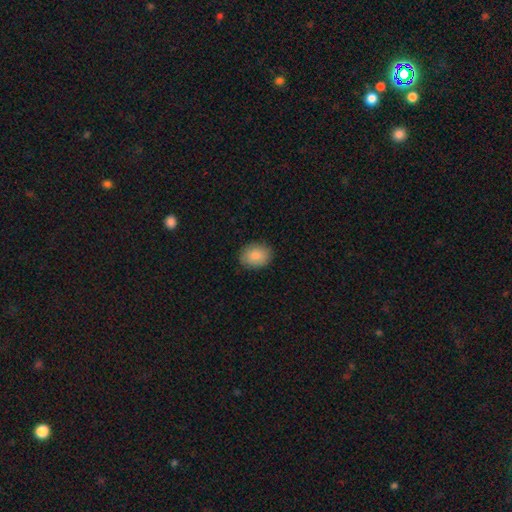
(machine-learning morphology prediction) smooth-or-featured: smooth: 88% | star or artifact: 7% | featured or disk: 5%
  how-rounded: in between: 60% | round: 39% | cigar-shaped: 1%
  merging: none: 87% | minor disturbance: 10% | major disturbance: 2% | merger: 1%